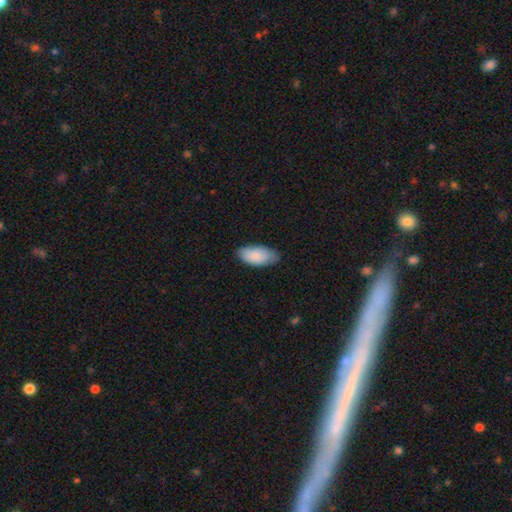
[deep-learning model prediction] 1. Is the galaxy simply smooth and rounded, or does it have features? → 87% smooth, 7% featured or disk, 6% star or artifact.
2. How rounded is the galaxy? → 93% in between, 5% cigar-shaped, 2% round.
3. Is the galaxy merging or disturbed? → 76% none, 20% minor disturbance, 3% major disturbance, 1% merger.